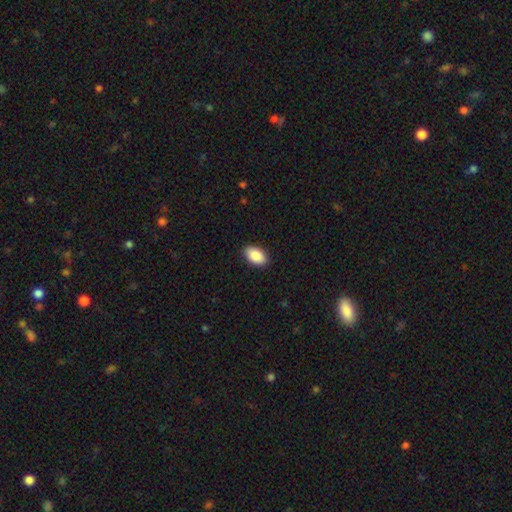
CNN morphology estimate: Smooth or featured: smooth — 89% (star or artifact — 6%)
How rounded: in between — 94% (round — 5%)
Merging: none — 90% (minor disturbance — 8%)